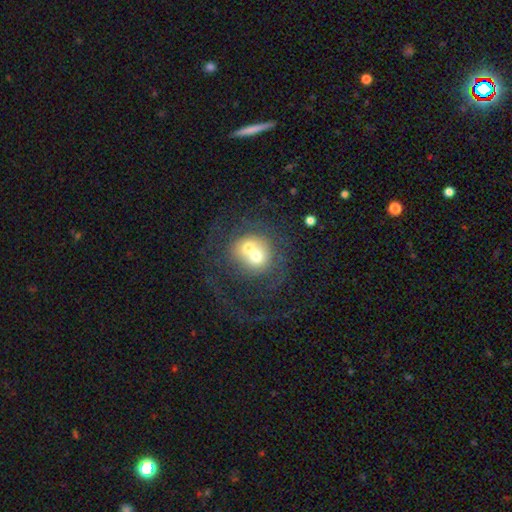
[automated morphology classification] Q: Smooth or featured?
A: smooth (46%); runner-up: featured or disk (43%)
Q: Merging?
A: merger (63%); runner-up: none (22%)